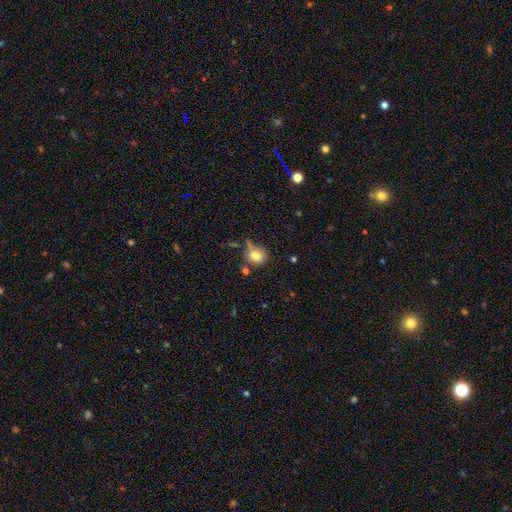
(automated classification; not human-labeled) Morphology: type=smooth (78%); roundness=round (75%); merging=none (55%).